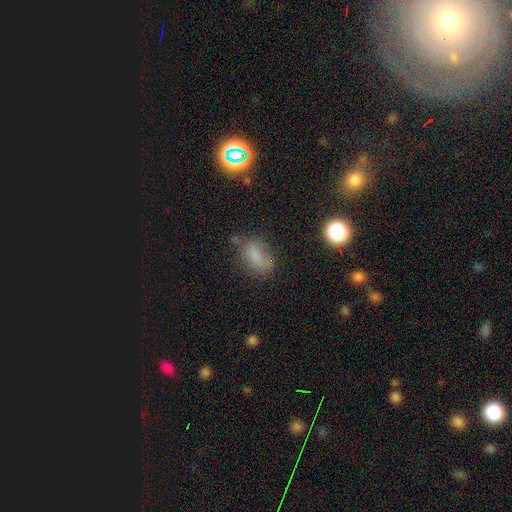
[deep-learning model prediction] Smooth or featured: smooth — 74% (star or artifact — 15%)
How rounded: in between — 84% (round — 12%)
Merging: none — 60% (minor disturbance — 25%)